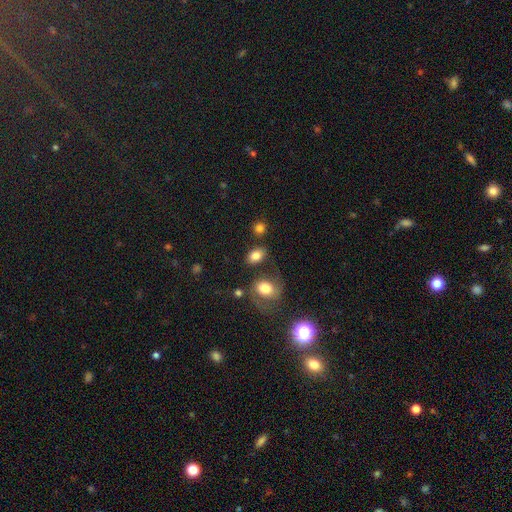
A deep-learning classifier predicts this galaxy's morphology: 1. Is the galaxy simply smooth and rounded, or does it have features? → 81% smooth, 10% featured or disk, 9% star or artifact.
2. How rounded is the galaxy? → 79% in between, 20% round, 2% cigar-shaped.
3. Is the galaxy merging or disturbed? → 71% none, 13% minor disturbance, 12% merger, 5% major disturbance.